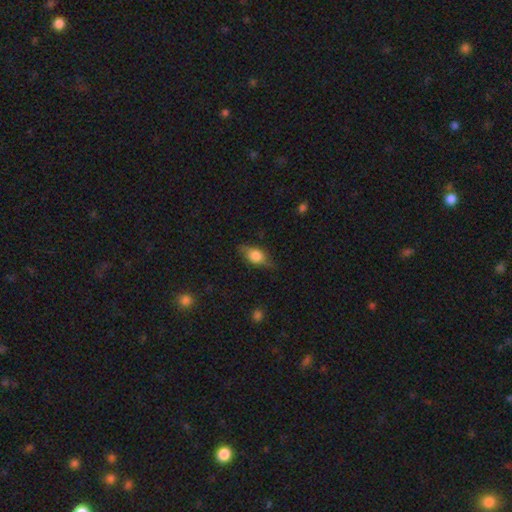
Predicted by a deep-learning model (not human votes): The model was most divided on "smooth or featured": smooth: 67%, featured or disk: 25%, star or artifact: 8%. More confident: how rounded — in between (77%); merging — none (73%).